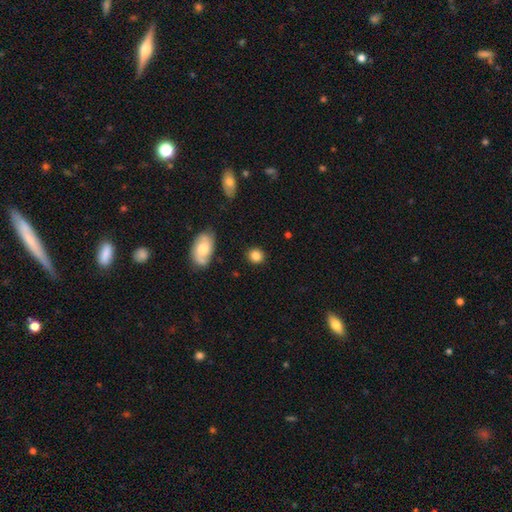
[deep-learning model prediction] Smooth or featured?
  - smooth: 84% *
  - star or artifact: 9%
  - featured or disk: 7%
How rounded?
  - round: 77% *
  - in between: 21%
  - cigar-shaped: 1%
Merging?
  - none: 85% *
  - minor disturbance: 10%
  - major disturbance: 3%
  - merger: 2%